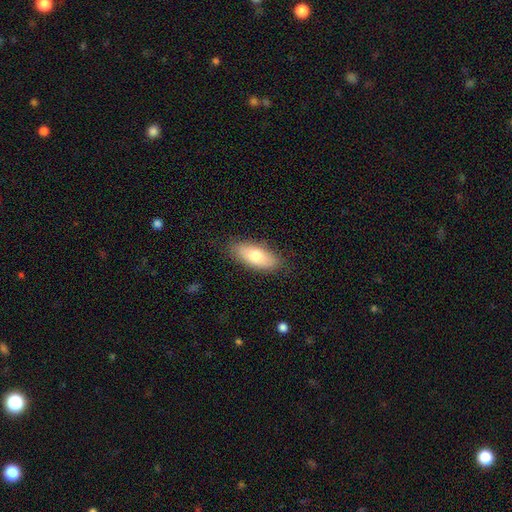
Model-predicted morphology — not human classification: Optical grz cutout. It shows a smooth galaxy with no disk features (76%) that is in between round and cigar-shaped (80%). Merging: none (84%).